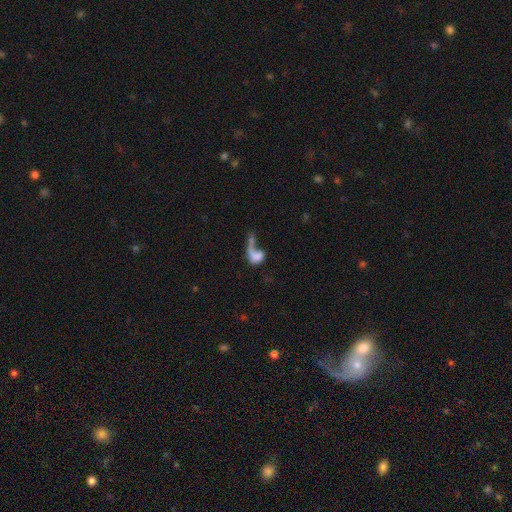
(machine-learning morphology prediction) A smooth galaxy with no disk features (51%) that is in between round and cigar-shaped (63%). Merging: major disturbance (44%).